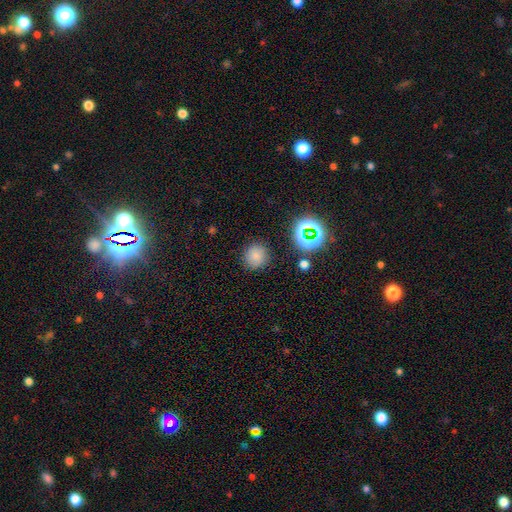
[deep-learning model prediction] Smooth or featured?
  - smooth: 76% *
  - star or artifact: 18%
  - featured or disk: 6%
How rounded?
  - round: 89% *
  - in between: 10%
  - cigar-shaped: 1%
Merging?
  - none: 86% *
  - minor disturbance: 9%
  - major disturbance: 3%
  - merger: 2%